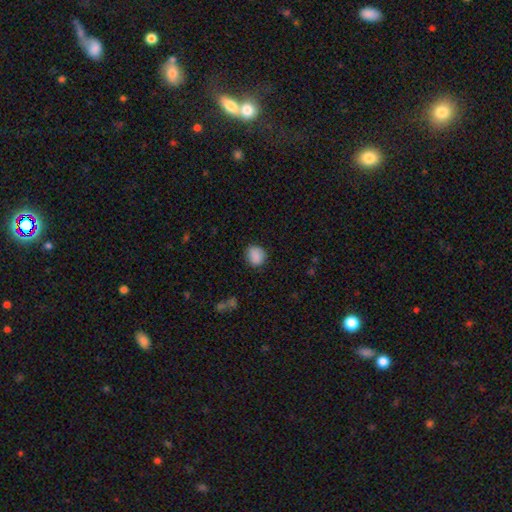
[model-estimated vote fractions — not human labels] Smooth or featured?
  - smooth: 87% *
  - star or artifact: 9%
  - featured or disk: 4%
How rounded?
  - round: 57% *
  - in between: 42%
  - cigar-shaped: 1%
Merging?
  - none: 80% *
  - minor disturbance: 15%
  - major disturbance: 4%
  - merger: 1%